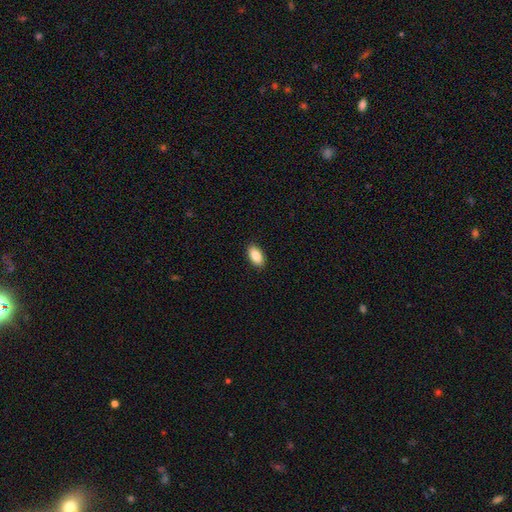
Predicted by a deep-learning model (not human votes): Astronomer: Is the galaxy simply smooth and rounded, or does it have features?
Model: smooth — 88%.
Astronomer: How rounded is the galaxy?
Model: in between — 94%.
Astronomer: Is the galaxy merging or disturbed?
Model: none — 90%.